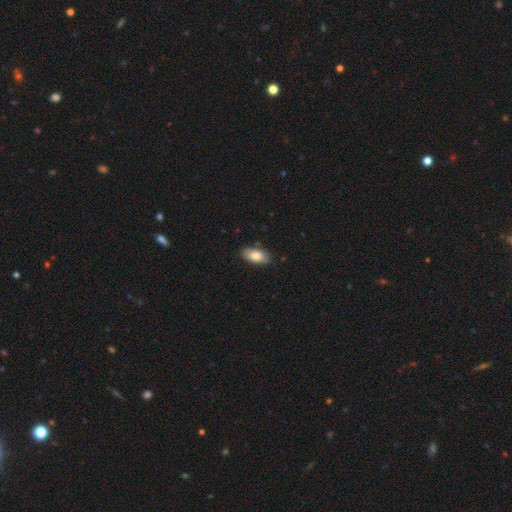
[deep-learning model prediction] This appears to be a smooth galaxy with no disk features (80%) that is in between round and cigar-shaped (91%). Merging: none (83%).